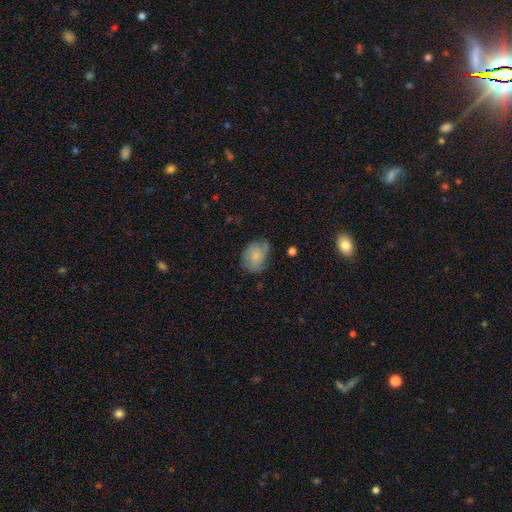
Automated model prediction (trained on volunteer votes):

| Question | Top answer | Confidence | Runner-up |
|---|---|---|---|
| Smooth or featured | smooth | 67% | featured or disk (25%) |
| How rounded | in between | 65% | round (34%) |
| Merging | none | 53% | minor disturbance (33%) |